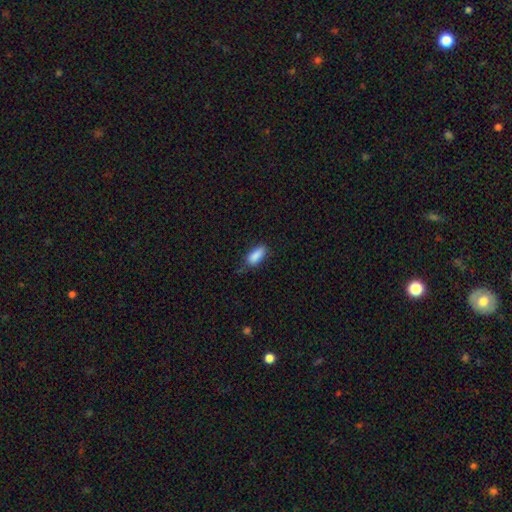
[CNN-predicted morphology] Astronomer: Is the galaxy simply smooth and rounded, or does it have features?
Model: smooth — 88%.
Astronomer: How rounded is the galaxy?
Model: in between — 81%.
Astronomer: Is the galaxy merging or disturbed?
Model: none — 70%.